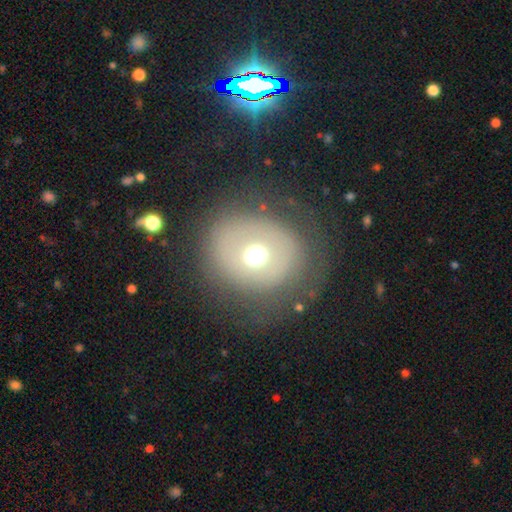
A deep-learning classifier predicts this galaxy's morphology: Q: Smooth or featured?
A: smooth (56%); runner-up: featured or disk (29%)
Q: How rounded?
A: round (73%); runner-up: in between (26%)
Q: Merging?
A: none (68%); runner-up: major disturbance (15%)